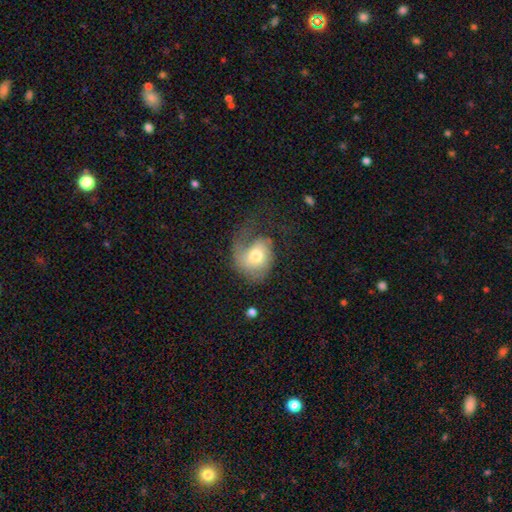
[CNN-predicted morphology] This is possibly a smooth galaxy (54%). How rounded: possibly in between (52%). Merging: possibly major disturbance (51%).